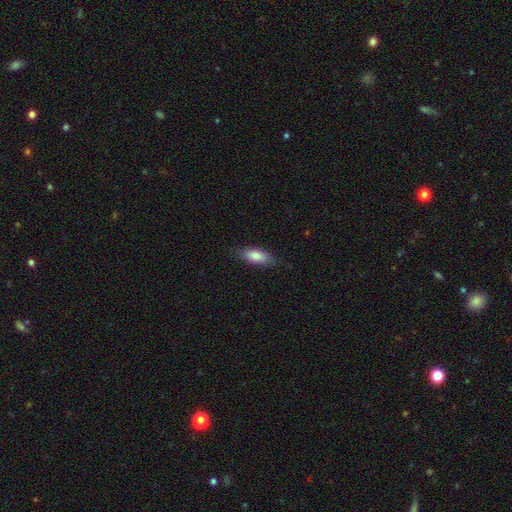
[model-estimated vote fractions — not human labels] Morphology: type=smooth (83%); roundness=in between (80%); merging=none (81%).